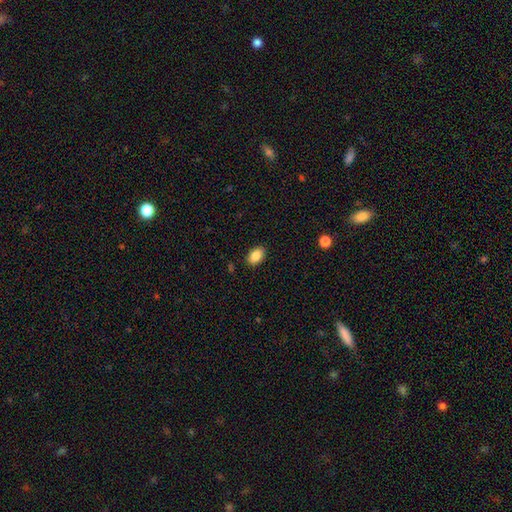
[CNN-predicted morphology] Smooth or featured?
  - smooth: 85% *
  - star or artifact: 8%
  - featured or disk: 7%
How rounded?
  - in between: 85% *
  - round: 14%
  - cigar-shaped: 1%
Merging?
  - none: 89% *
  - minor disturbance: 8%
  - major disturbance: 2%
  - merger: 1%